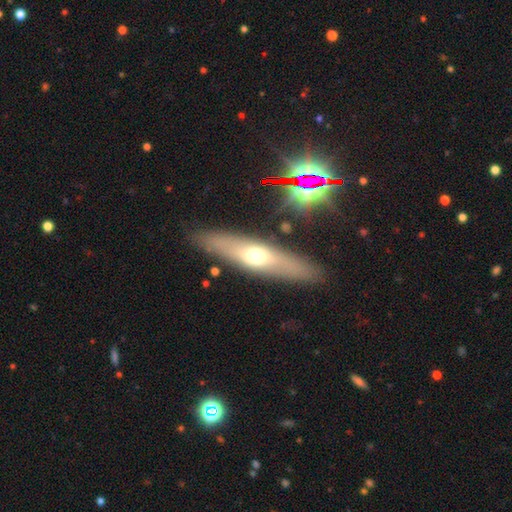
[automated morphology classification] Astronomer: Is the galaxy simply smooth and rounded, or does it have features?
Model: smooth — 47% (runner-up: featured or disk, 44%).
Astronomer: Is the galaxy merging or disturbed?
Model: none — 86%.